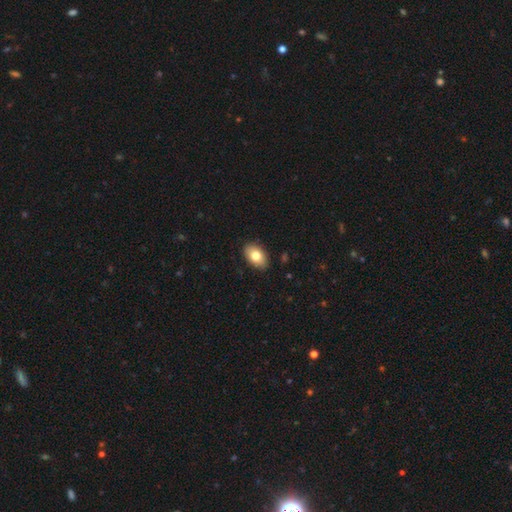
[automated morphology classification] This is likely a smooth galaxy (79%). How rounded: clearly in between (90%). Merging: clearly none (88%).